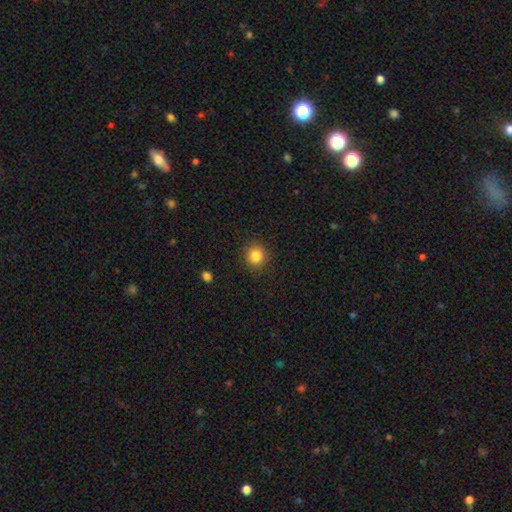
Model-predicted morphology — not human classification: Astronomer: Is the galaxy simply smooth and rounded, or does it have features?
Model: smooth — 84%.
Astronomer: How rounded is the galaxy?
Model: round — 91%.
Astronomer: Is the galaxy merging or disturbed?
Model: none — 89%.